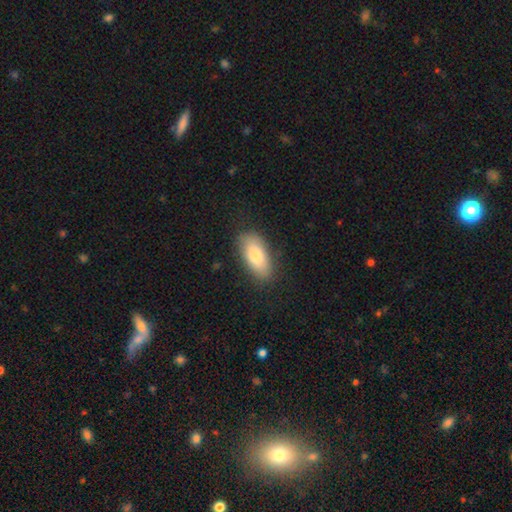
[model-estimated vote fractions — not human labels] Morphology: type=smooth (81%); roundness=in between (87%); merging=none (83%).